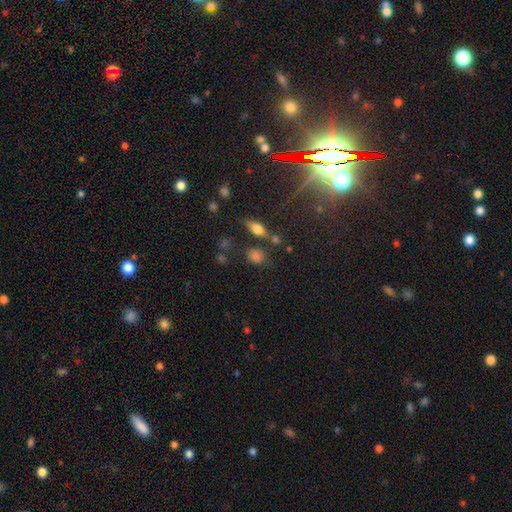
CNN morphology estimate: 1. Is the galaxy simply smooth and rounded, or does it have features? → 64% smooth, 24% star or artifact, 12% featured or disk.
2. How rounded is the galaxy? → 63% in between, 29% round, 7% cigar-shaped.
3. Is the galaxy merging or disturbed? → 75% none, 13% minor disturbance, 8% merger, 4% major disturbance.